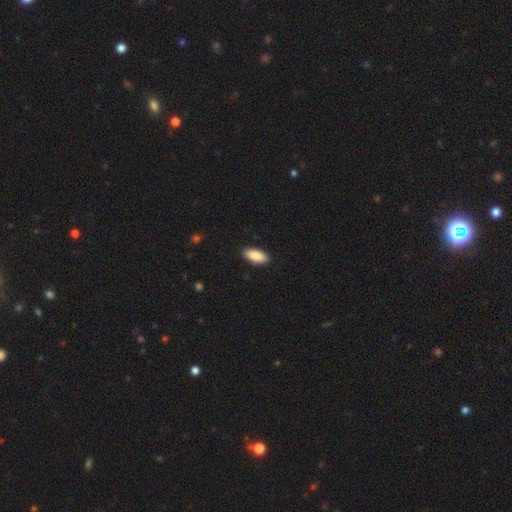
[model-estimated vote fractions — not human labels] smooth_or_featured: smooth (p=0.89) [alt: star or artifact p=0.06]
how_rounded: in between (p=0.85) [alt: cigar-shaped p=0.13]
merging: none (p=0.91) [alt: minor disturbance p=0.07]